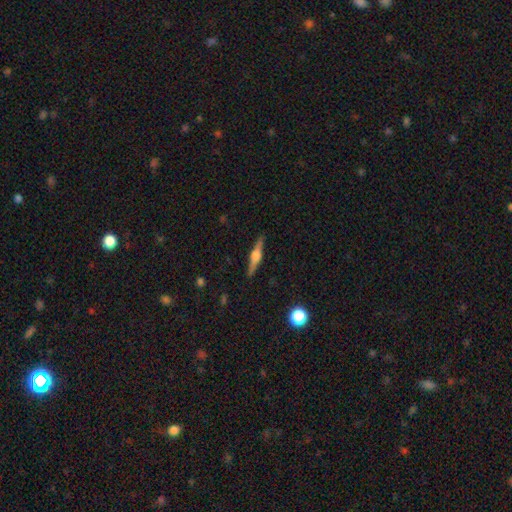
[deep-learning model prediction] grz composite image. It shows a featured or disk galaxy (77%) viewed edge-on (98%) with a rounded central bulge (89%). Merging: none (90%).